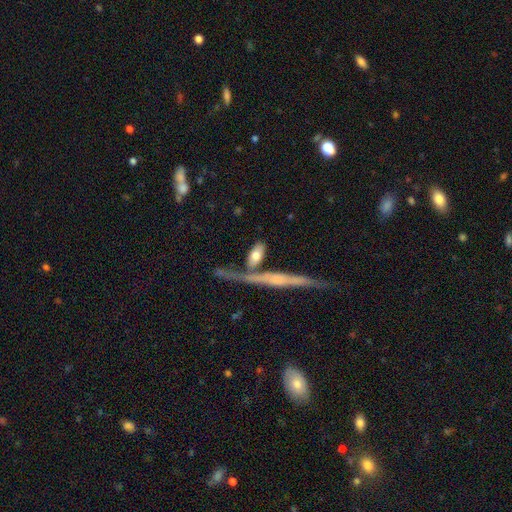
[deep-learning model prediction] smooth_or_featured: smooth (p=0.70) [alt: featured or disk p=0.24]
how_rounded: in between (p=0.77) [alt: cigar-shaped p=0.18]
merging: none (p=0.58) [alt: merger p=0.18]